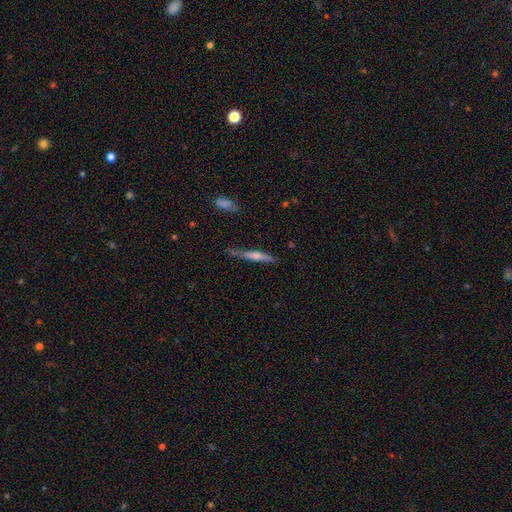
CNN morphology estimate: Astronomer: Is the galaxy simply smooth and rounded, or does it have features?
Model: featured or disk — 54% (runner-up: smooth, 39%).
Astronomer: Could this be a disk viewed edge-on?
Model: yes — 94%.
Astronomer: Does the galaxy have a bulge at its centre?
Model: rounded — 66%.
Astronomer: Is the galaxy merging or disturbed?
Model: none — 73%.